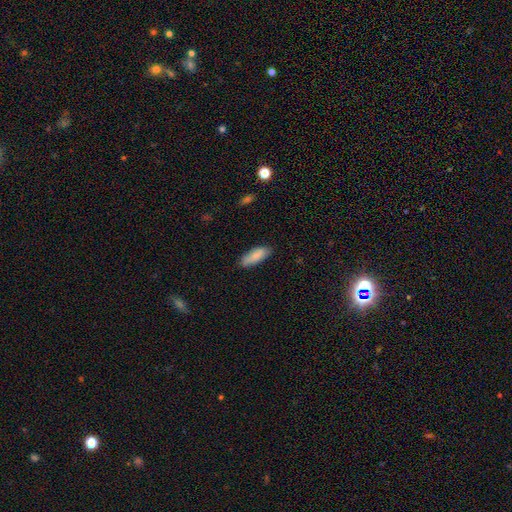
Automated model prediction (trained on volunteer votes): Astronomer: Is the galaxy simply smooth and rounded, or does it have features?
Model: smooth — 86%.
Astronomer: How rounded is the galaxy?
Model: in between — 71%.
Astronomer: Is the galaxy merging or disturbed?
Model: none — 79%.